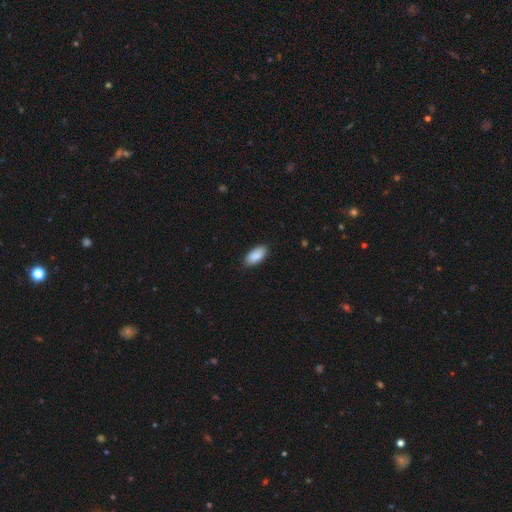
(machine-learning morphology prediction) This appears to be a smooth galaxy with no disk features (90%) that is in between round and cigar-shaped (92%). Merging: none (87%).